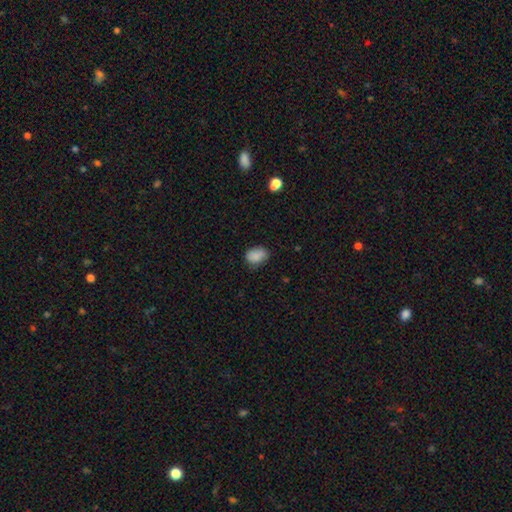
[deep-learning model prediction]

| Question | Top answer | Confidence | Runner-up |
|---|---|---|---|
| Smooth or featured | smooth | 85% | star or artifact (9%) |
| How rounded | in between | 78% | round (21%) |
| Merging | none | 71% | minor disturbance (23%) |